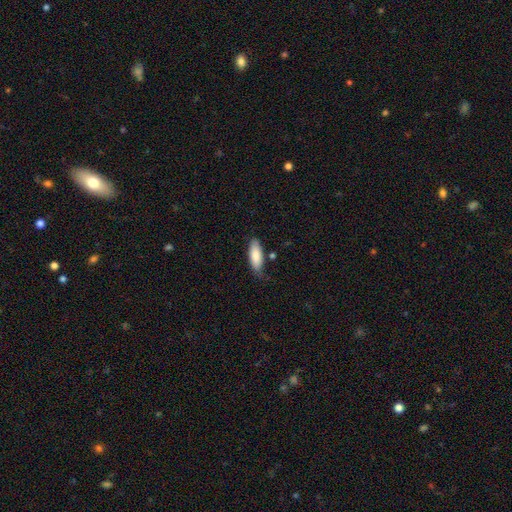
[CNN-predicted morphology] This is clearly a smooth galaxy (85%). How rounded: likely in between (73%). Merging: likely none (70%).